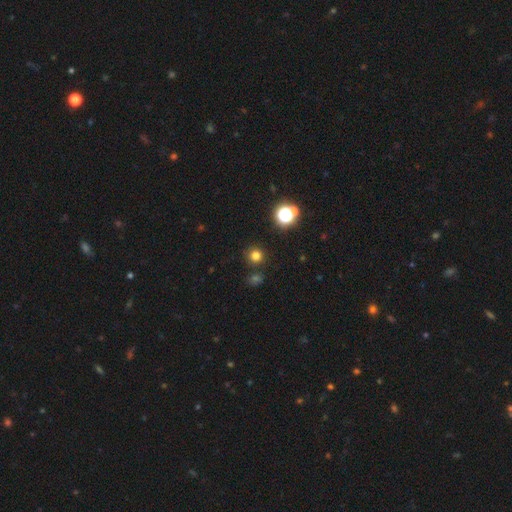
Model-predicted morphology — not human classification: type=smooth (74%); roundness=round (94%); merging=none (86%).